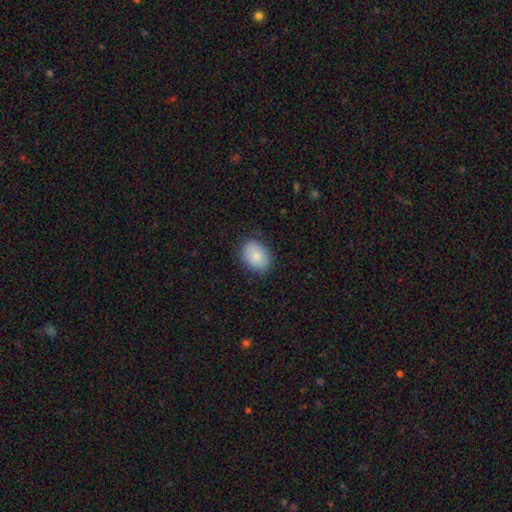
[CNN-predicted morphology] Smooth or featured?
  - smooth: 83% *
  - featured or disk: 10%
  - star or artifact: 7%
How rounded?
  - in between: 72% *
  - round: 27%
  - cigar-shaped: 1%
Merging?
  - none: 83% *
  - minor disturbance: 13%
  - major disturbance: 3%
  - merger: 1%